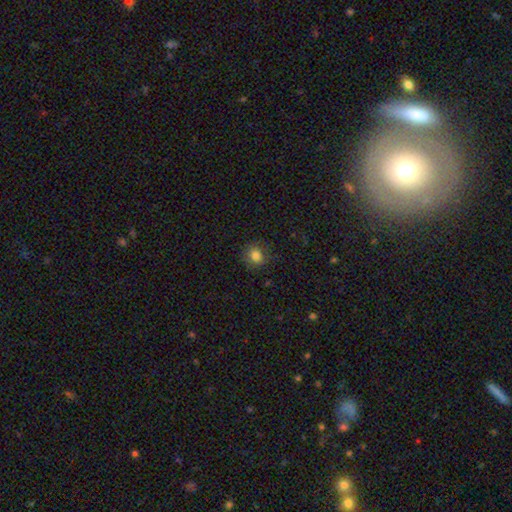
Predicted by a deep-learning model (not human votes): Smooth or featured? Predicted: smooth (p=0.81). How rounded? Predicted: round (p=0.74). Merging? Predicted: none (p=0.81).